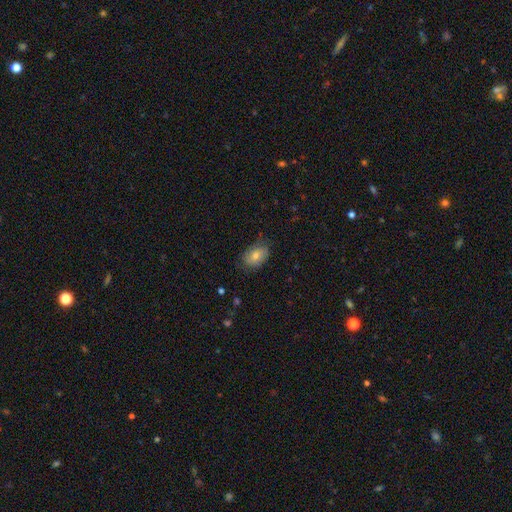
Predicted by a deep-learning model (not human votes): Smooth or featured? Predicted: smooth (p=0.69). How rounded? Predicted: in between (p=0.83). Merging? Predicted: none (p=0.72).